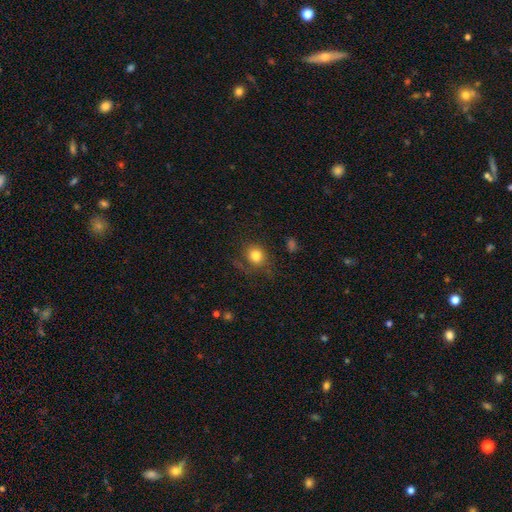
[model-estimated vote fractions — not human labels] This appears to be a smooth galaxy with no disk features (80%) that is round (76%). Merging: none (69%).